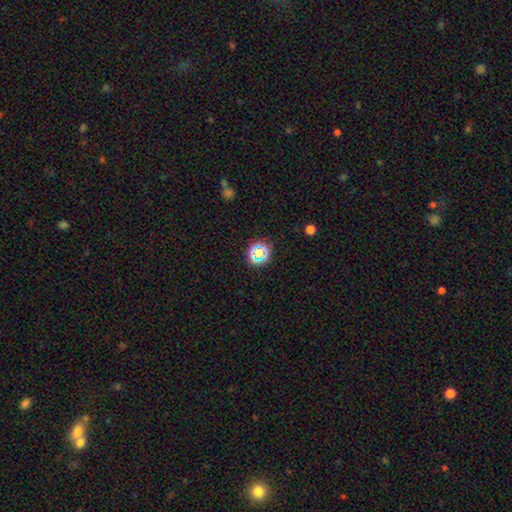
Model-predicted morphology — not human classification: star or artifact 58%, smooth 31%, featured or disk 10%.